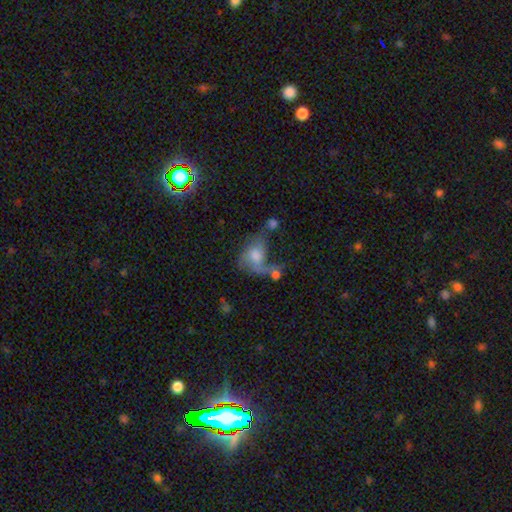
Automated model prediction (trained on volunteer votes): smooth_or_featured: smooth (p=0.51) [alt: featured or disk p=0.35]
how_rounded: in between (p=0.69) [alt: round p=0.28]
merging: merger (p=0.28) [tied with: major disturbance p=0.28]